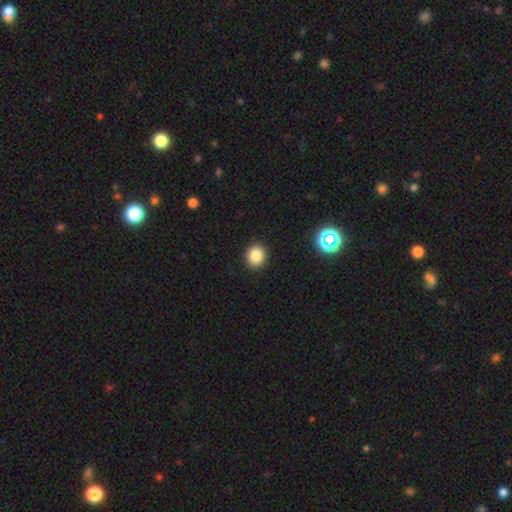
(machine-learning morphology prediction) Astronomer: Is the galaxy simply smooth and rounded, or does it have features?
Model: smooth — 83%.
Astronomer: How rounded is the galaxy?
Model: round — 82%.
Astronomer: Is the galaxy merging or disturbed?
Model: none — 92%.